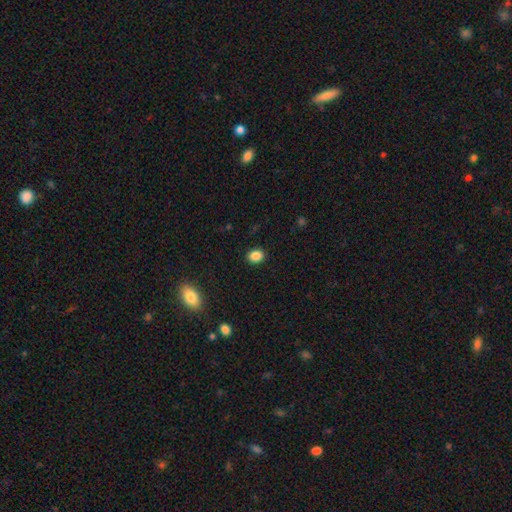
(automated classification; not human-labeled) Morphology: type=smooth (86%); roundness=in between (54%); merging=none (90%).